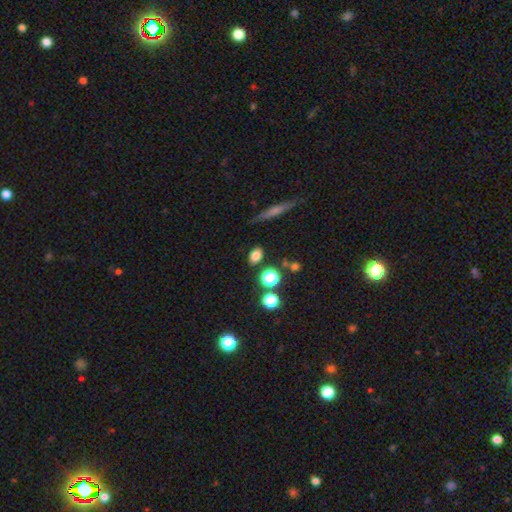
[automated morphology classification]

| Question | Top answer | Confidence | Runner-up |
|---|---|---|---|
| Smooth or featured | smooth | 79% | star or artifact (13%) |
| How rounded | in between | 74% | round (22%) |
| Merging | none | 82% | minor disturbance (10%) |